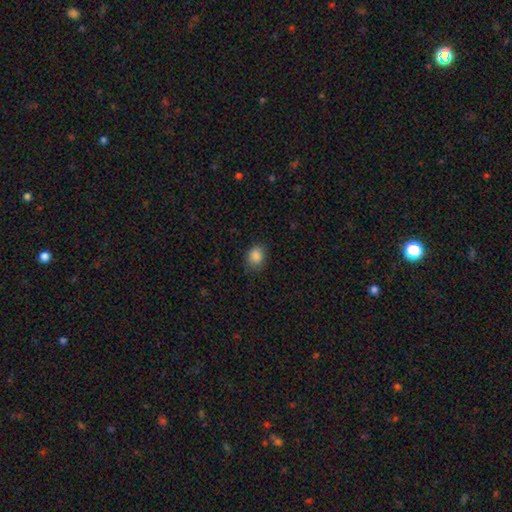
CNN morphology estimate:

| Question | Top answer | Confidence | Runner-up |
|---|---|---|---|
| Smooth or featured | smooth | 87% | star or artifact (9%) |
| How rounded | round | 52% | in between (47%) |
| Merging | none | 80% | minor disturbance (15%) |